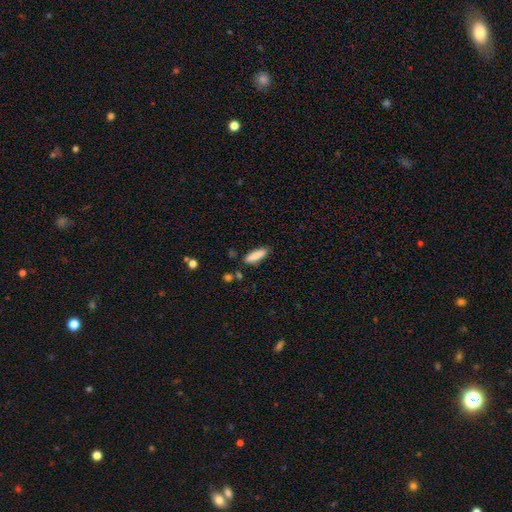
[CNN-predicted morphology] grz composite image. It shows a smooth galaxy with no disk features (85%) that is cigar-shaped (60%). Merging: none (82%).